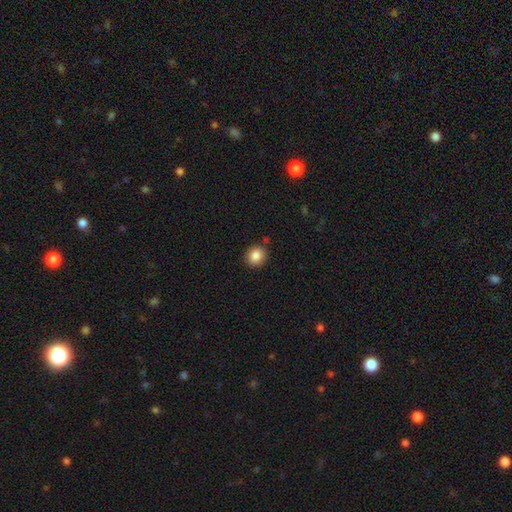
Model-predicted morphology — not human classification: Smooth or featured? smooth (86%)
How rounded? round (76%)
Merging? none (85%)